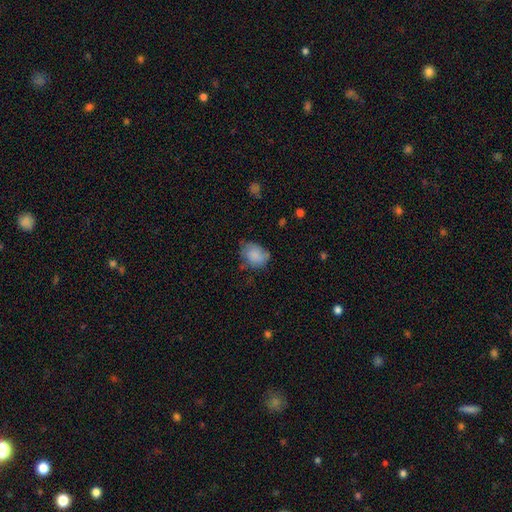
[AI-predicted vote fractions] Overall: smooth (80%). How rounded: in between (60%; round 39%). Merging: none (53%; minor disturbance 33%).